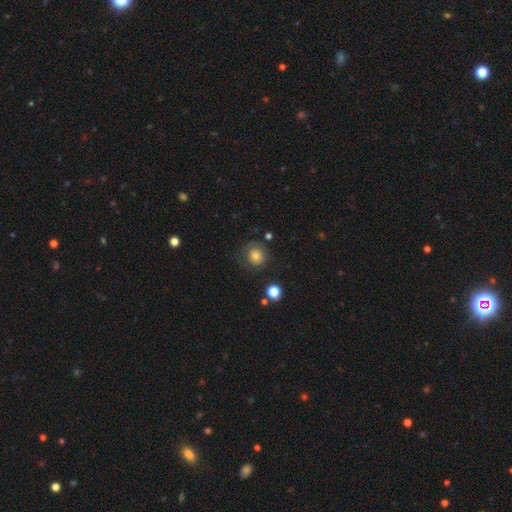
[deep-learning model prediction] Smooth or featured? Predicted: smooth (p=0.72). How rounded? Predicted: round (p=0.82). Merging? Predicted: none (p=0.68).